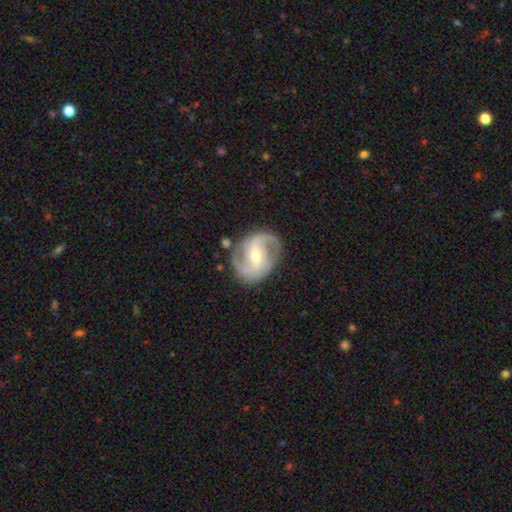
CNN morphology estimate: Overall: featured or disk (89%). Edge-on disk: no (98%). Bar: weak (46%; no 27%). Spiral arms: yes (97%). Spiral arm count: 2 (86%). Spiral winding: medium (55%; loose 23%). Bulge size: moderate (50%; small 46%). Merging: none (80%).